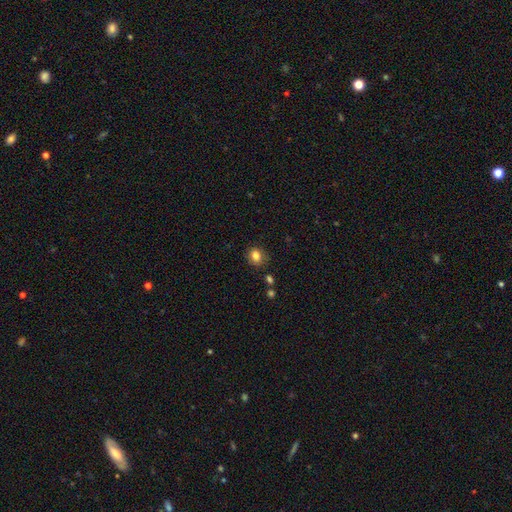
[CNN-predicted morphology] type=smooth (83%); roundness=round (61%); merging=none (82%).